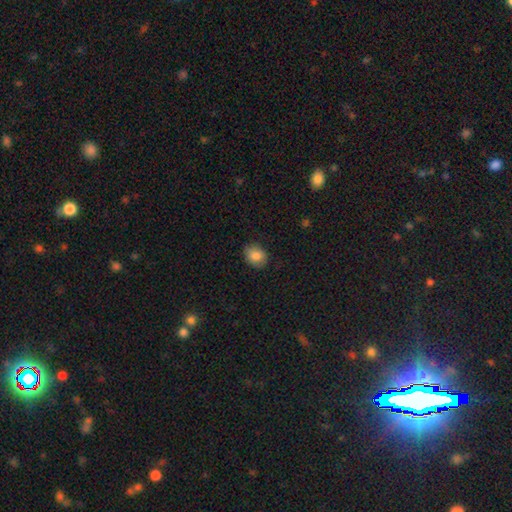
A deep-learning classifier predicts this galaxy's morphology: Smooth or featured: smooth — 85% (star or artifact — 8%)
How rounded: round — 50% (in between — 49%)
Merging: none — 84% (minor disturbance — 13%)